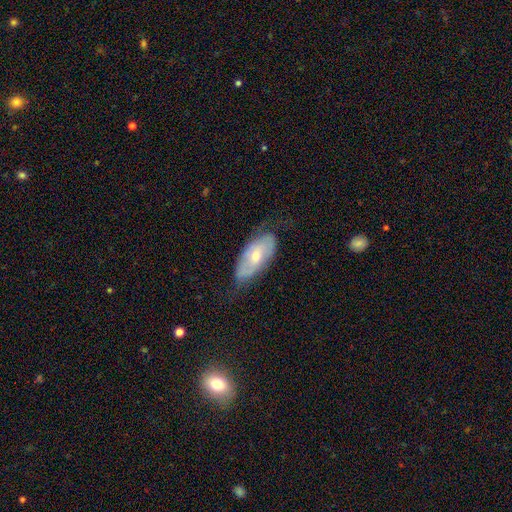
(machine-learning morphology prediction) featured or disk 54%, smooth 39%, star or artifact 7%. Down the decision tree: edge-on disk — no (86%); merging — none (63%).